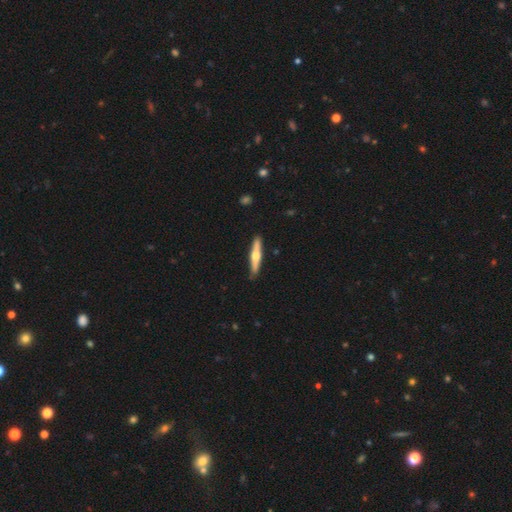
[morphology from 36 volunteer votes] Smooth or featured? 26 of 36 (72%) said featured or disk. Edge-on disk? 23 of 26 (88%) said yes. Edge-on bulge? 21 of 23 (91%) said rounded. Merging? 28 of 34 (82%) said none.